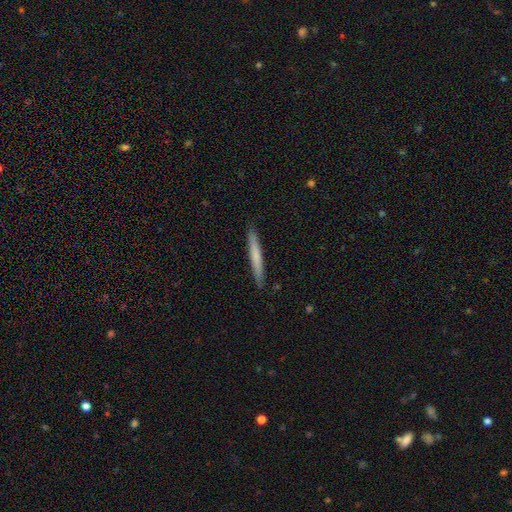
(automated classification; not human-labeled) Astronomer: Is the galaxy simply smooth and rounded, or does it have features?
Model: smooth — 67%.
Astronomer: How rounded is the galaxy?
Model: cigar-shaped — 97%.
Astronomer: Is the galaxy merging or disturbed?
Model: none — 91%.